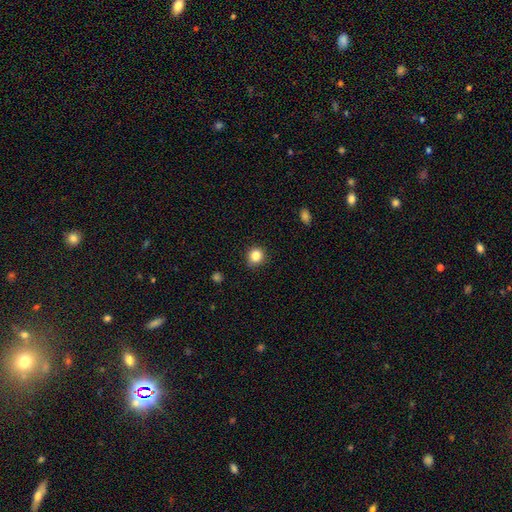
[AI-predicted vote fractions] Smooth or featured?
  - smooth: 84% *
  - star or artifact: 11%
  - featured or disk: 5%
How rounded?
  - round: 88% *
  - in between: 11%
  - cigar-shaped: 1%
Merging?
  - none: 88% *
  - minor disturbance: 9%
  - major disturbance: 2%
  - merger: 1%